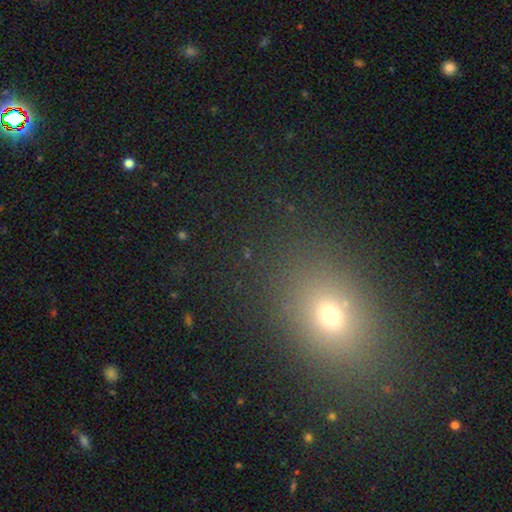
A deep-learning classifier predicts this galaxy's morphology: Smooth or featured? smooth (60%)
How rounded? in between (57%)
Merging? none (86%)